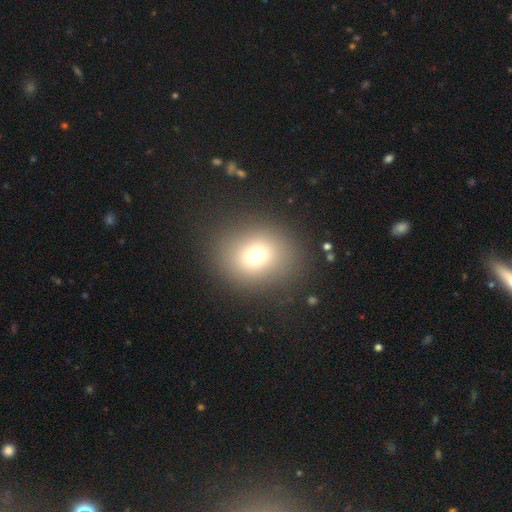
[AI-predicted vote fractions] Overall: smooth (72%). How rounded: round (66%; in between 33%). Merging: none (86%).